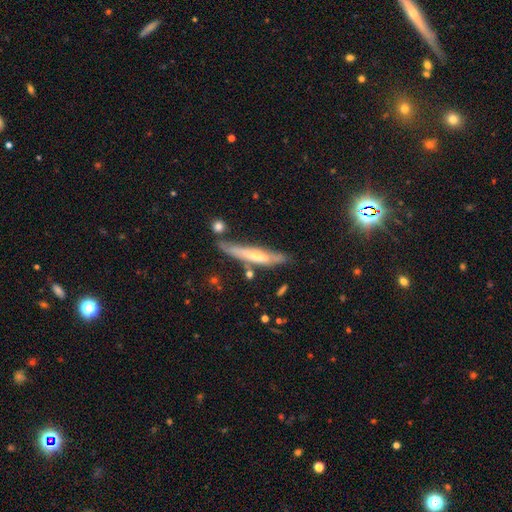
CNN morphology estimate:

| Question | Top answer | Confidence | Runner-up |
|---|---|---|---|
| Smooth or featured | featured or disk | 58% | smooth (35%) |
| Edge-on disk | yes | 83% | no (17%) |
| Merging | none | 66% | minor disturbance (20%) |